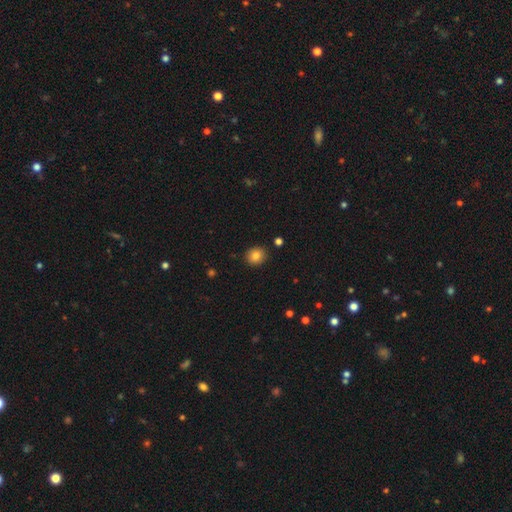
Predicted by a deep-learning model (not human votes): smooth_or_featured: smooth (p=0.82) [alt: star or artifact p=0.11]
how_rounded: round (p=0.79) [alt: in between p=0.20]
merging: none (p=0.89) [alt: minor disturbance p=0.07]